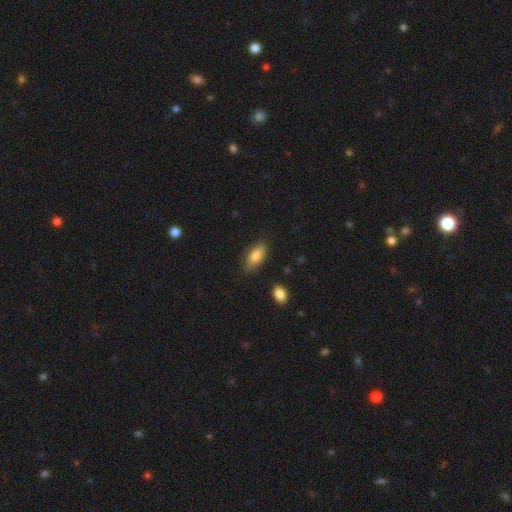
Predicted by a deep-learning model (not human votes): Smooth or featured? Predicted: smooth (p=0.83). How rounded? Predicted: in between (p=0.85). Merging? Predicted: none (p=0.79).